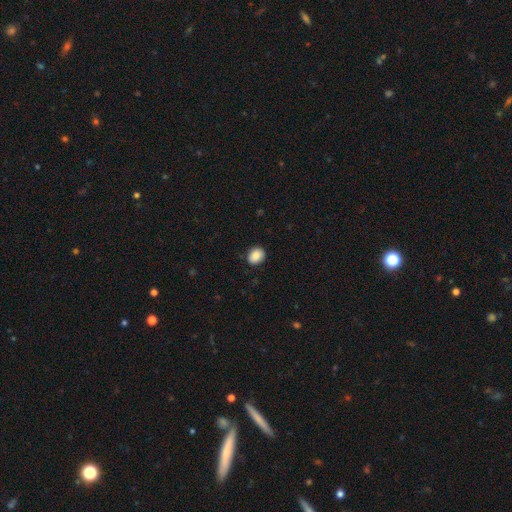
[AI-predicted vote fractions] smooth 88%, star or artifact 8%, featured or disk 4%. Down the decision tree: how rounded — round (52%); merging — none (87%).